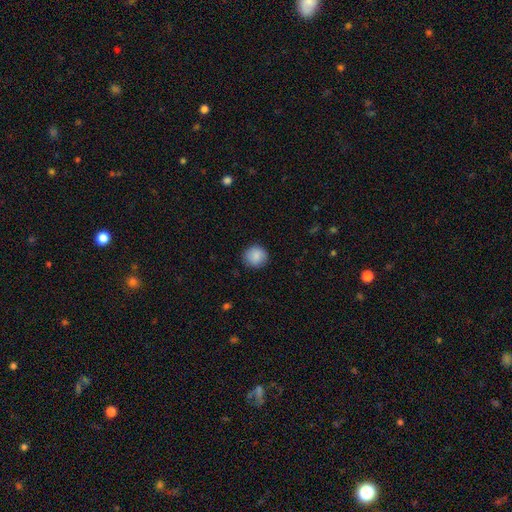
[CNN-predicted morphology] Smooth or featured?
  - smooth: 88% *
  - star or artifact: 7%
  - featured or disk: 4%
How rounded?
  - round: 91% *
  - in between: 8%
  - cigar-shaped: 1%
Merging?
  - none: 88% *
  - minor disturbance: 9%
  - major disturbance: 2%
  - merger: 1%